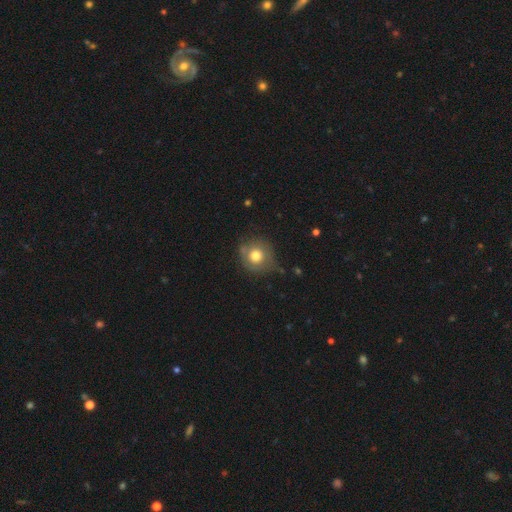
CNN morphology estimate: smooth-or-featured: smooth: 73% | featured or disk: 18% | star or artifact: 9%
  how-rounded: round: 88% | in between: 11% | cigar-shaped: 1%
  merging: none: 66% | minor disturbance: 24% | major disturbance: 8% | merger: 3%